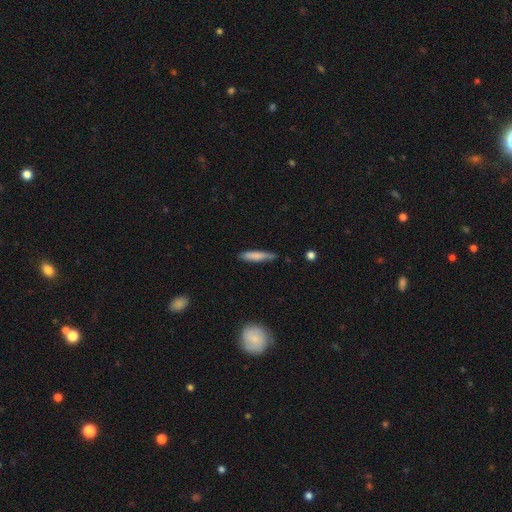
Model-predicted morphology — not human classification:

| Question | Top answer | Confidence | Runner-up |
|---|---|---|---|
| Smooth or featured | smooth | 78% | featured or disk (16%) |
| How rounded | cigar-shaped | 86% | in between (13%) |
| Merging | none | 77% | minor disturbance (18%) |